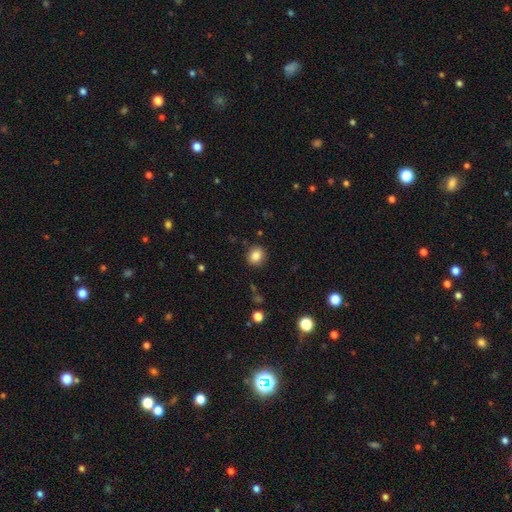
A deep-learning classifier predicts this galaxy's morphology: smooth_or_featured: smooth (p=0.86) [alt: star or artifact p=0.10]
how_rounded: round (p=0.69) [alt: in between p=0.30]
merging: none (p=0.88) [alt: minor disturbance p=0.08]